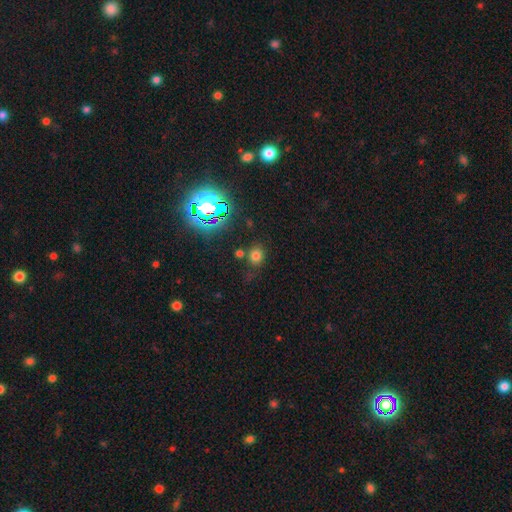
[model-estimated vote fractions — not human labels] smooth-or-featured: smooth: 67% | star or artifact: 25% | featured or disk: 7%
  how-rounded: round: 74% | in between: 25% | cigar-shaped: 1%
  merging: none: 75% | minor disturbance: 12% | merger: 8% | major disturbance: 5%